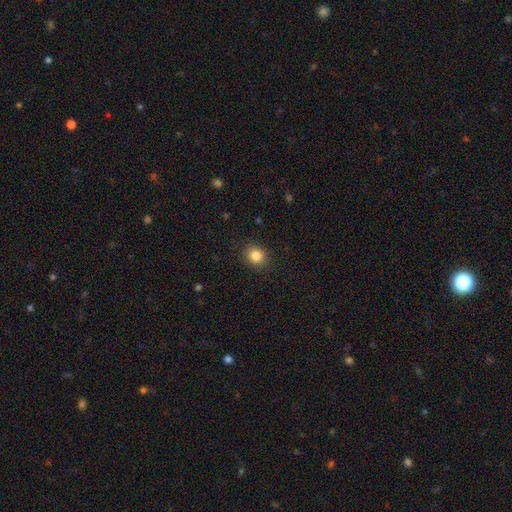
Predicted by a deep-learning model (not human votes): smooth_or_featured: smooth (p=0.85) [alt: star or artifact p=0.10]
how_rounded: round (p=0.73) [alt: in between p=0.27]
merging: none (p=0.88) [alt: minor disturbance p=0.09]